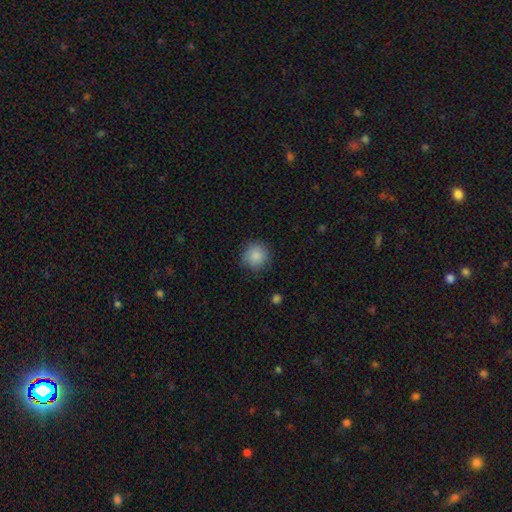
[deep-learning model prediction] smooth 87%, star or artifact 9%, featured or disk 5%. Down the decision tree: how rounded — round (93%); merging — none (85%).